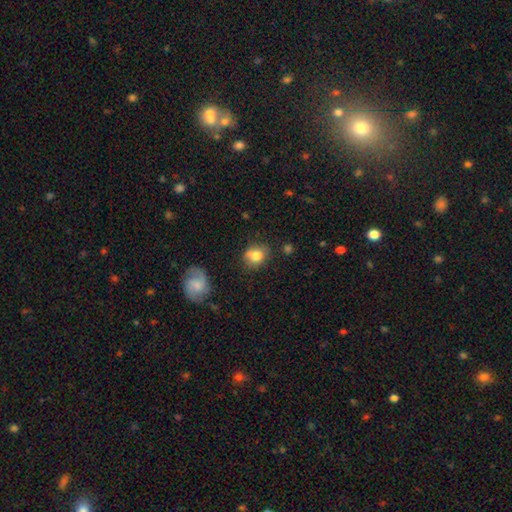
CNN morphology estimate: Overall: smooth (77%). How rounded: round (56%; in between 43%). Merging: none (64%).